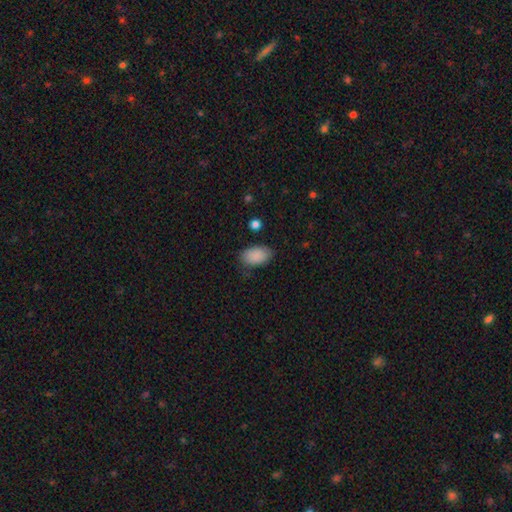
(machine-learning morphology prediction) Overall: smooth (89%). How rounded: in between (92%). Merging: none (79%).